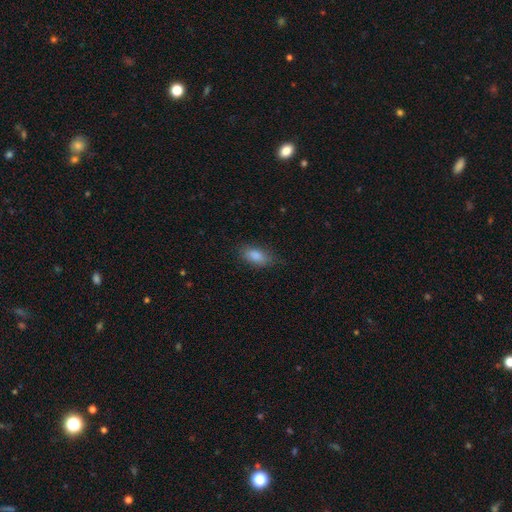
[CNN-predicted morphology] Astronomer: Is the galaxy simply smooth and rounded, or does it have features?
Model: smooth — 85%.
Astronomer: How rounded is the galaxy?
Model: in between — 87%.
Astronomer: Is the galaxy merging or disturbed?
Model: none — 75%.